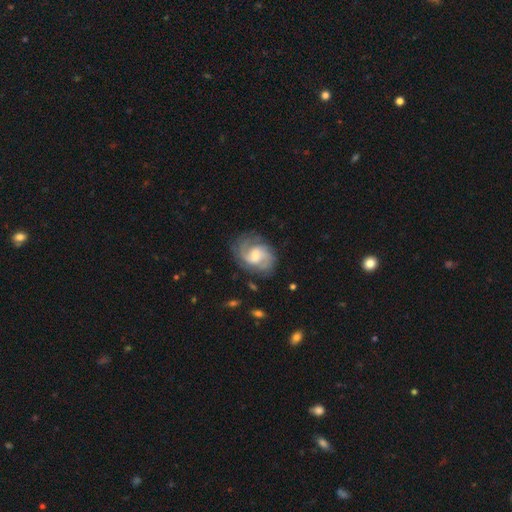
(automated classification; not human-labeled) A featured or disk galaxy (80%) with a weak bar (49%), 2 (58%) medium (48%) spiral arms (95%) and a moderate central bulge (47%).

Vote fractions:
- Smooth or featured? featured or disk: 80% / smooth: 15% / star or artifact: 6%
- Edge-on disk? no: 98% / yes: 2%
- Bar? weak: 49% / no: 41% / strong: 10%
- Spiral arms? yes: 95% / no: 5%
- Spiral winding? medium: 48% / tight: 33% / loose: 19%
- Spiral arm count? 2: 58% / can't tell: 16% / 3: 15% / 1: 4% / 4: 4% / more than 4: 3%
- Bulge size? moderate: 47% / small: 32% / large: 13% / none: 7% / dominant: 2%
- Merging? none: 71% / minor disturbance: 18% / major disturbance: 10% / merger: 2%